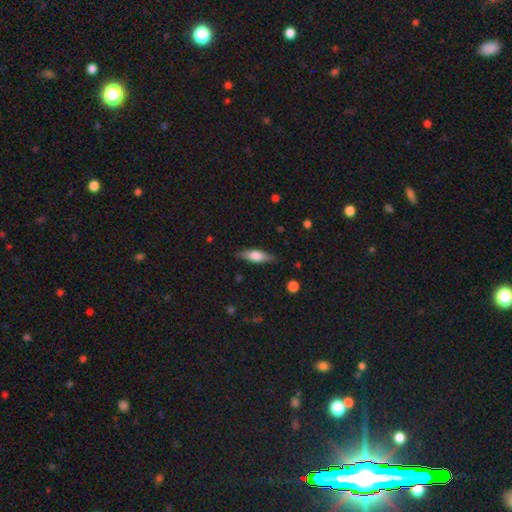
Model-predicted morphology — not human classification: smooth-or-featured: smooth: 59% | featured or disk: 35% | star or artifact: 6%
  how-rounded: cigar-shaped: 51% | in between: 47% | round: 3%
  merging: none: 84% | minor disturbance: 12% | major disturbance: 3% | merger: 1%